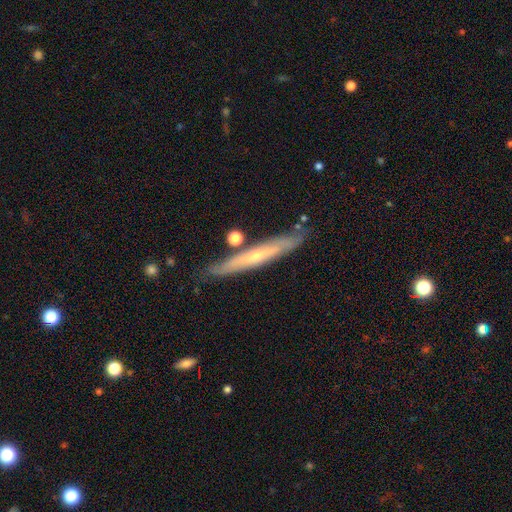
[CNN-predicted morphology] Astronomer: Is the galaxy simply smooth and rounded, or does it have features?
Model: featured or disk — 59%.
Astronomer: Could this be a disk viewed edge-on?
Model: yes — 86%.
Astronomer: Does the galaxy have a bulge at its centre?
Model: rounded — 52% (runner-up: none, 45%).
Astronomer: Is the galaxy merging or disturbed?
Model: none — 80%.